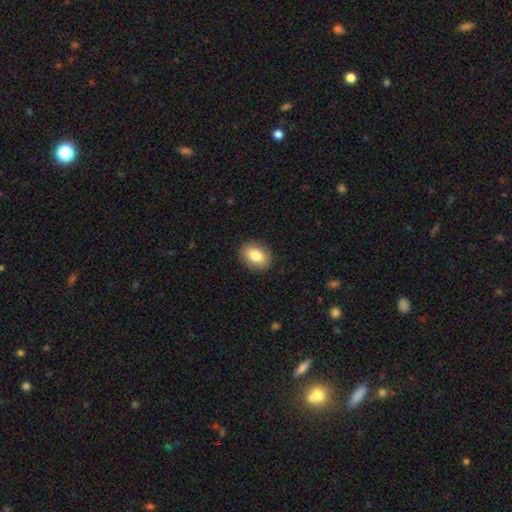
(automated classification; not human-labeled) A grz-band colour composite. It shows a smooth galaxy with no disk features (83%) that is in between round and cigar-shaped (70%). Merging: none (89%).